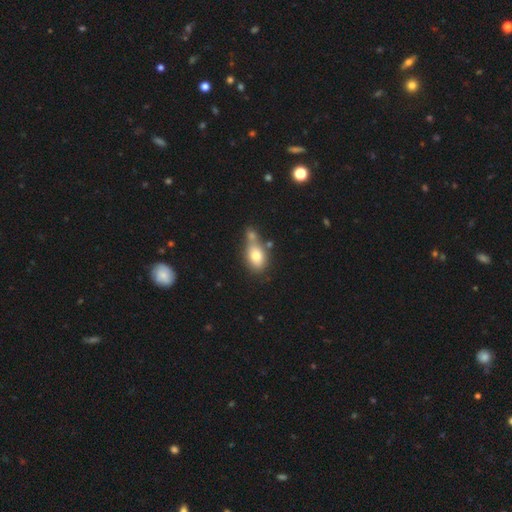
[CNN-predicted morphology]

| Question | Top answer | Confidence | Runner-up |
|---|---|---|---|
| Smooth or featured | smooth | 75% | featured or disk (16%) |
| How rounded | in between | 81% | round (16%) |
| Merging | merger | 41% | none (37%) |